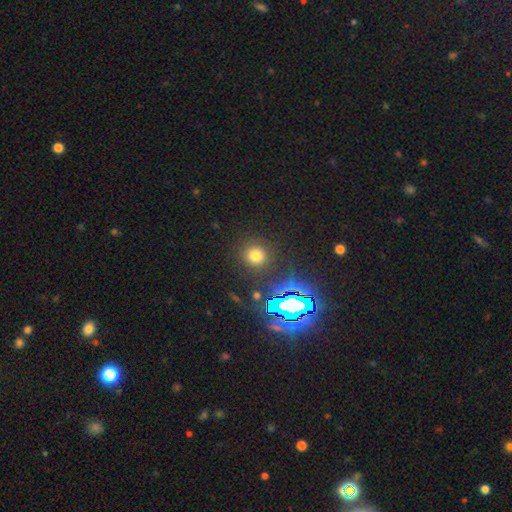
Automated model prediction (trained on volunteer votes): Smooth or featured: smooth — 68% (star or artifact — 25%)
How rounded: round — 91% (in between — 8%)
Merging: none — 88% (minor disturbance — 6%)